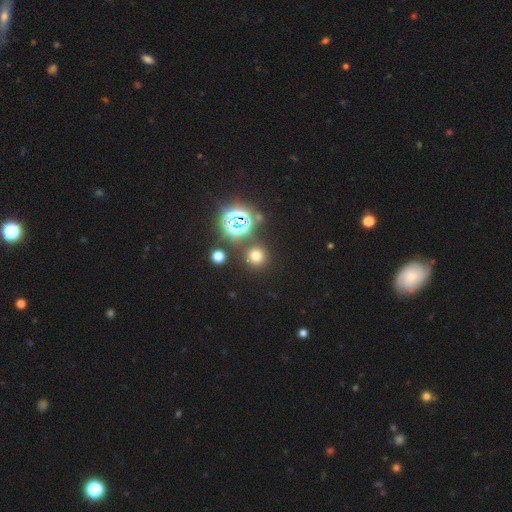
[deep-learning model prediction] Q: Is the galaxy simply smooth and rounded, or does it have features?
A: smooth — 61%.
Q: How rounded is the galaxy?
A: round — 93%.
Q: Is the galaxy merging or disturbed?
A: none — 86%.